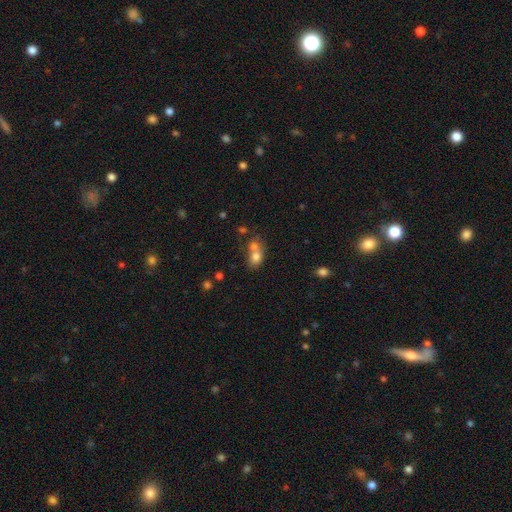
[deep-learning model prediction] A smooth galaxy with no disk features (73%) that is in between round and cigar-shaped (64%). Merging: merger (61%).